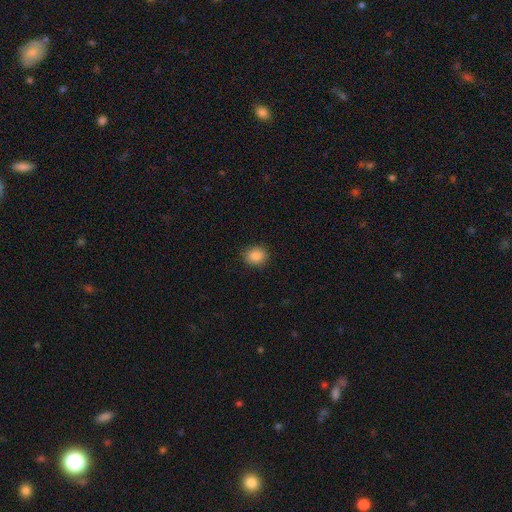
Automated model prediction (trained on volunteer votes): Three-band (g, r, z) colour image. It shows a smooth galaxy with no disk features (87%) that is round (65%). Merging: none (89%).